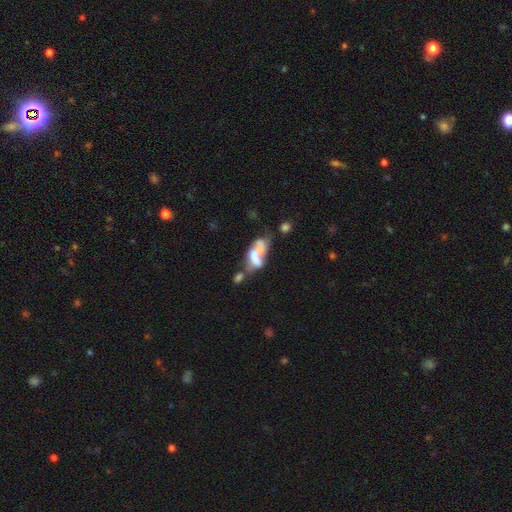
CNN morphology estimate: smooth_or_featured: featured or disk (p=0.50) [alt: smooth p=0.39]
disk_edge_on: no (p=0.94) [alt: yes p=0.06]
merging: merger (p=0.44) [alt: major disturbance p=0.26]